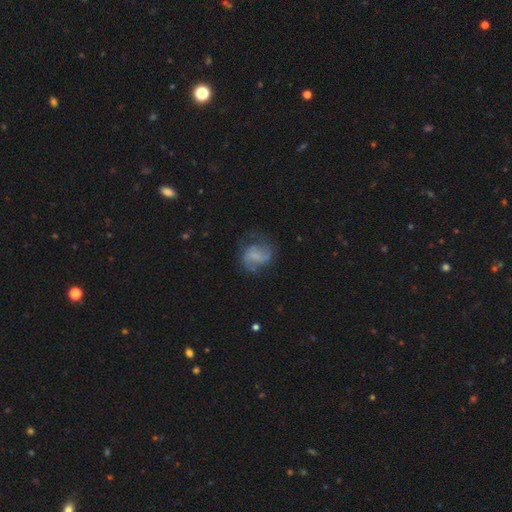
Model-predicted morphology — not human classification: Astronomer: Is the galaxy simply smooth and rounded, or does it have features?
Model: featured or disk — 60%.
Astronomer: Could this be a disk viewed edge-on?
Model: no — 98%.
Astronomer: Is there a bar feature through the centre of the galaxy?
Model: no — 45% (runner-up: weak, 42%).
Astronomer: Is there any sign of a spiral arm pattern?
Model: yes — 87%.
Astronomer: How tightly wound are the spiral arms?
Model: medium — 45% (runner-up: loose, 38%).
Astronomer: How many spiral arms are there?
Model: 2 — 78%.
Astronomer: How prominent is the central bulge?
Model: none — 44% (runner-up: small, 36%).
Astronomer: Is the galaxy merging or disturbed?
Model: none — 59%.